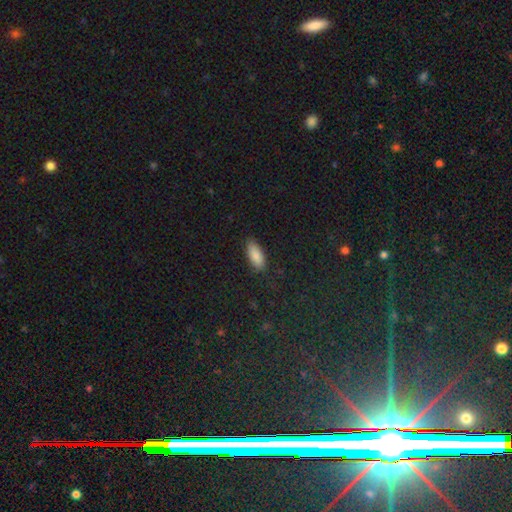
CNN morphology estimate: This appears to be a smooth galaxy with no disk features (88%) that is in between round and cigar-shaped (83%). Merging: none (84%).